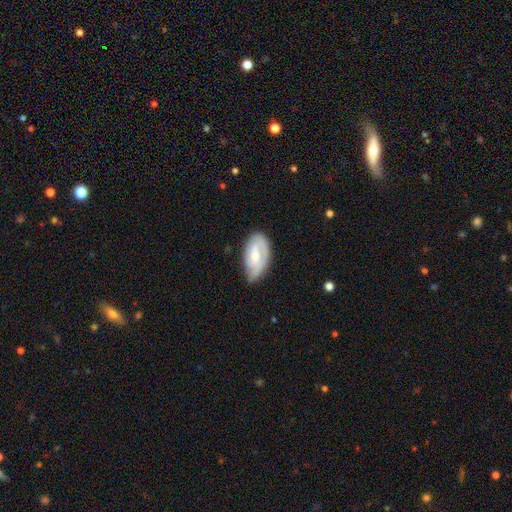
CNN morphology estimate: A featured or disk galaxy (57%) with no bar (51%), spiral arms (76%) and a moderate central bulge (50%).

Vote fractions:
- Smooth or featured? featured or disk: 57% / smooth: 38% / star or artifact: 6%
- Edge-on disk? no: 93% / yes: 7%
- Bar? no: 51% / weak: 39% / strong: 9%
- Spiral arms? yes: 76% / no: 24%
- Bulge size? moderate: 50% / small: 43% / large: 3% / none: 3% / dominant: 1%
- Merging? none: 51% / minor disturbance: 37% / major disturbance: 10% / merger: 2%